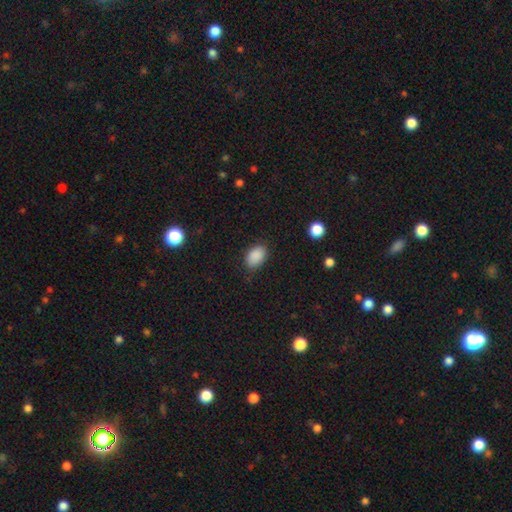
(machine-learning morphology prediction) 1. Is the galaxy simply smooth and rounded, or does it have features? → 88% smooth, 8% star or artifact, 3% featured or disk.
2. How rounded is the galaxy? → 86% in between, 13% round, 1% cigar-shaped.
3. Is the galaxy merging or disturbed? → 80% none, 15% minor disturbance, 3% major disturbance, 1% merger.